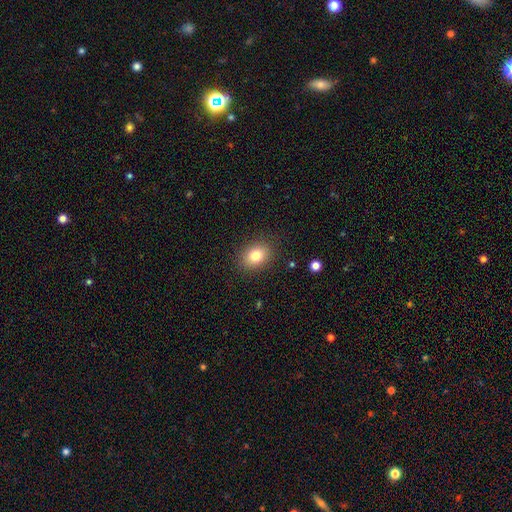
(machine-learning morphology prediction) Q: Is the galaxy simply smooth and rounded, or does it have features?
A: smooth — 81%.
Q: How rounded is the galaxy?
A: in between — 61%.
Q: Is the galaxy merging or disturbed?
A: none — 87%.